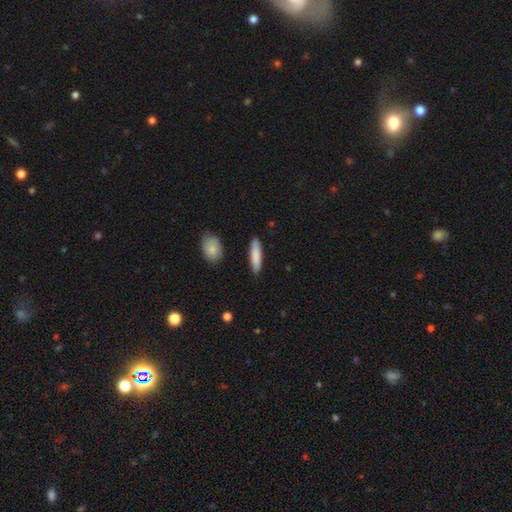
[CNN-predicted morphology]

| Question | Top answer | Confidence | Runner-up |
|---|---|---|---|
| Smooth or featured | smooth | 84% | featured or disk (11%) |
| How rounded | cigar-shaped | 71% | in between (27%) |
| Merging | none | 88% | minor disturbance (8%) |